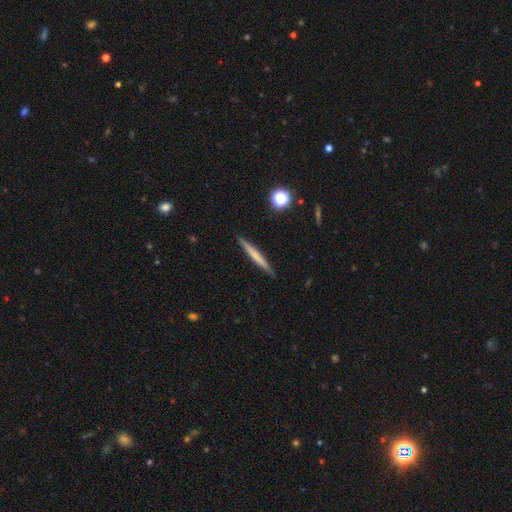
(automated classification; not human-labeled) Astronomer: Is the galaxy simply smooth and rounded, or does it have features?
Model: smooth — 55% (runner-up: featured or disk, 39%).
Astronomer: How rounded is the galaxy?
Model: cigar-shaped — 96%.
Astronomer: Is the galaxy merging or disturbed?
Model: none — 90%.